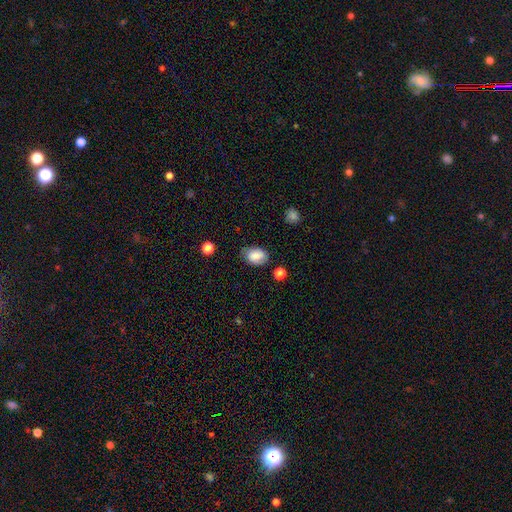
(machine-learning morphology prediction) This is likely a smooth galaxy (79%). How rounded: clearly in between (84%). Merging: likely none (71%).